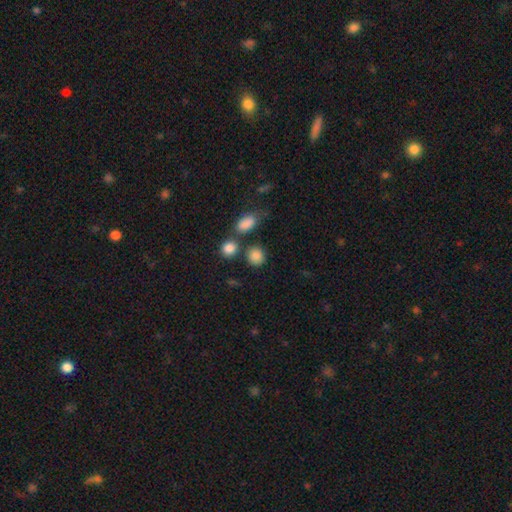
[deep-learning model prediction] Overall: smooth (86%). How rounded: round (77%). Merging: none (70%).